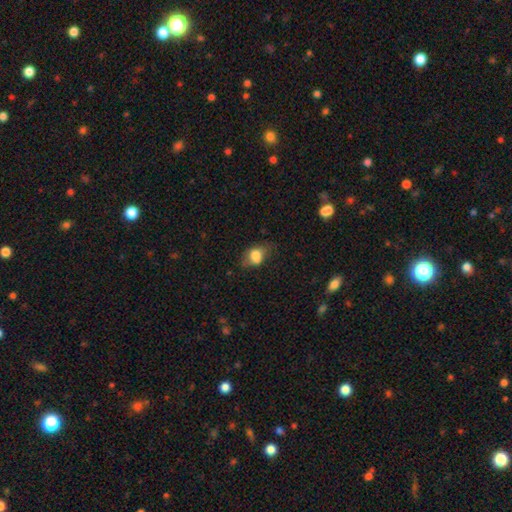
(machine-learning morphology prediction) Smooth or featured?
  - smooth: 75% *
  - featured or disk: 16%
  - star or artifact: 9%
How rounded?
  - in between: 73% *
  - round: 25%
  - cigar-shaped: 2%
Merging?
  - none: 54% *
  - minor disturbance: 30%
  - major disturbance: 13%
  - merger: 4%